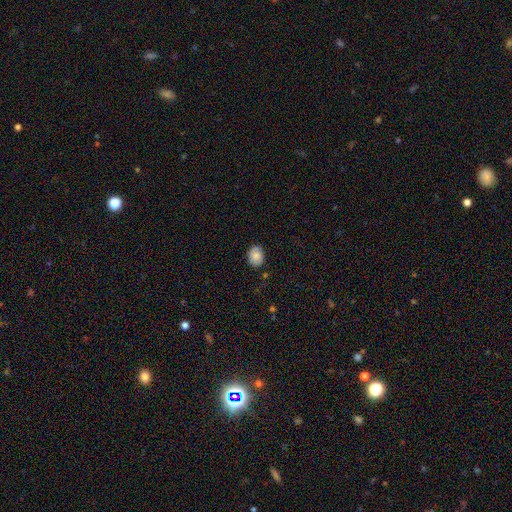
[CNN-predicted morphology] Smooth or featured: smooth — 81% (featured or disk — 11%)
How rounded: in between — 62% (round — 37%)
Merging: none — 81% (minor disturbance — 15%)